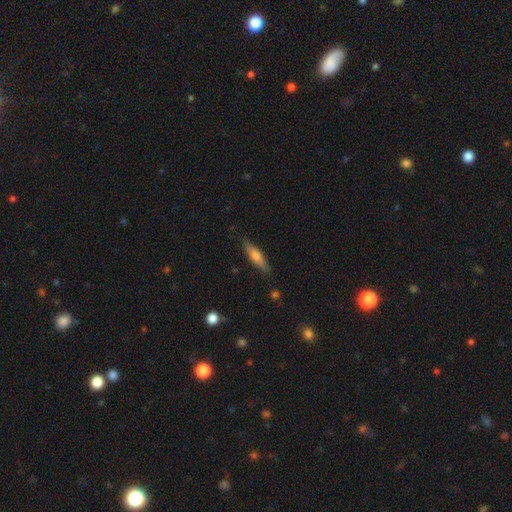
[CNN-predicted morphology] type=smooth (56%); roundness=cigar-shaped (77%); merging=none (85%).